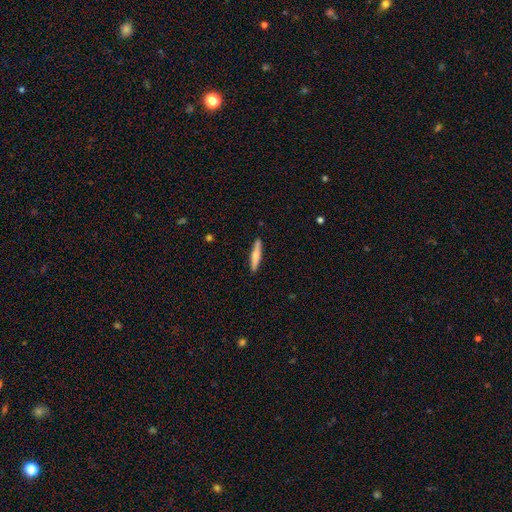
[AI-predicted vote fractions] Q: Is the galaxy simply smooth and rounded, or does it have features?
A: smooth — 62%.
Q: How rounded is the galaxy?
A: cigar-shaped — 89%.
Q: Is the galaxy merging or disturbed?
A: none — 90%.